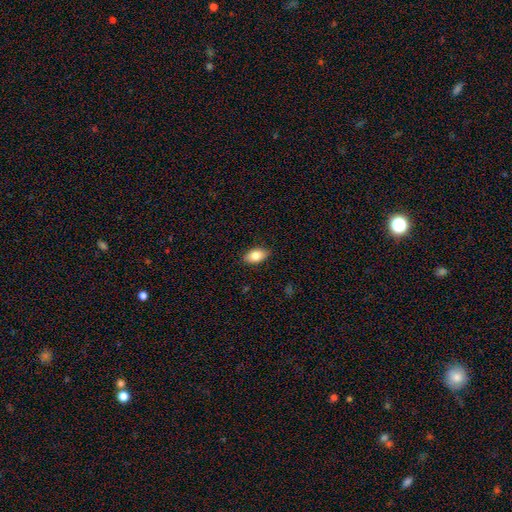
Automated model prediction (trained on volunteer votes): Smooth or featured? smooth (81%)
How rounded? in between (91%)
Merging? none (88%)